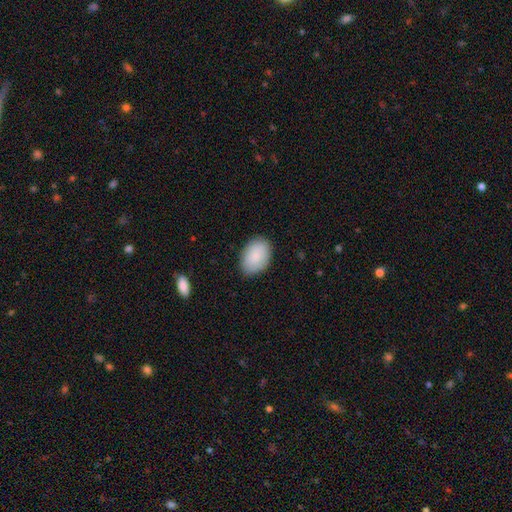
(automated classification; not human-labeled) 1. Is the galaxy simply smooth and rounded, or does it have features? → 89% smooth, 6% star or artifact, 6% featured or disk.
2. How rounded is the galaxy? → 86% in between, 12% round, 1% cigar-shaped.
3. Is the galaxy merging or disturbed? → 85% none, 12% minor disturbance, 2% major disturbance, 1% merger.